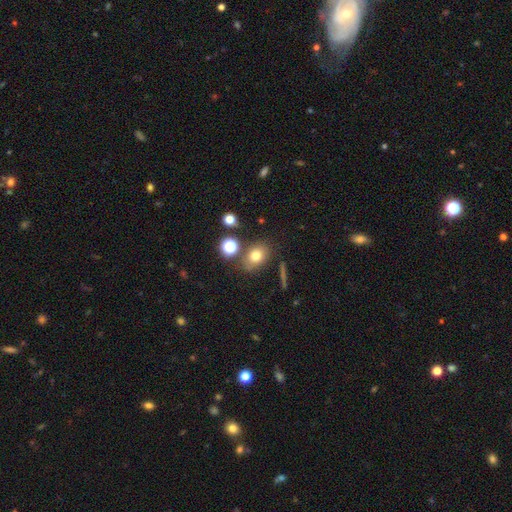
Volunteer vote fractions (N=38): A smooth galaxy with no disk features (79%) that is in between round and cigar-shaped (67%). Merging: none (74%).